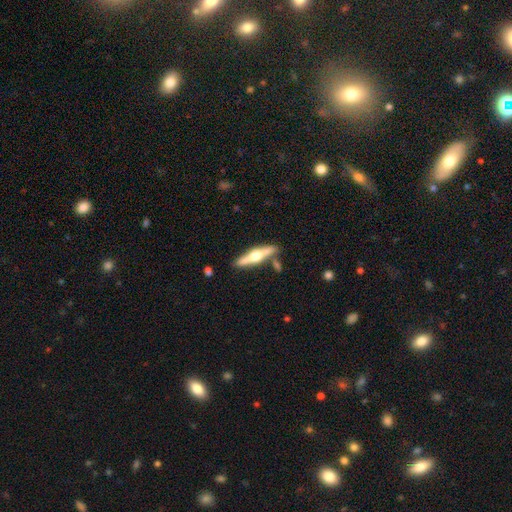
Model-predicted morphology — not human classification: type=featured or disk (67%); edge-on=yes (96%); edge-on bulge=rounded (95%); merging=none (80%).